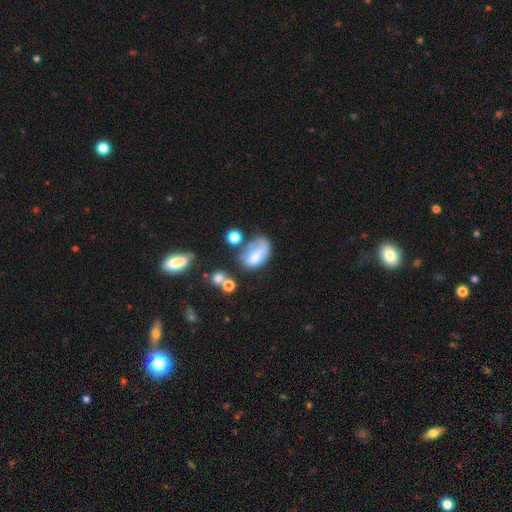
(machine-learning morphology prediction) This is likely a smooth galaxy (62%). How rounded: clearly in between (87%). Merging: marginally none (30%).